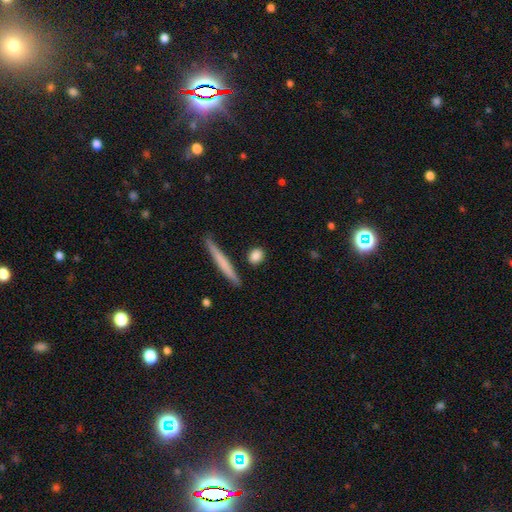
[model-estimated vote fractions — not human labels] smooth_or_featured: smooth (p=0.84) [alt: featured or disk p=0.10]
how_rounded: round (p=0.40) [alt: in between p=0.38]
merging: none (p=0.84) [alt: minor disturbance p=0.10]